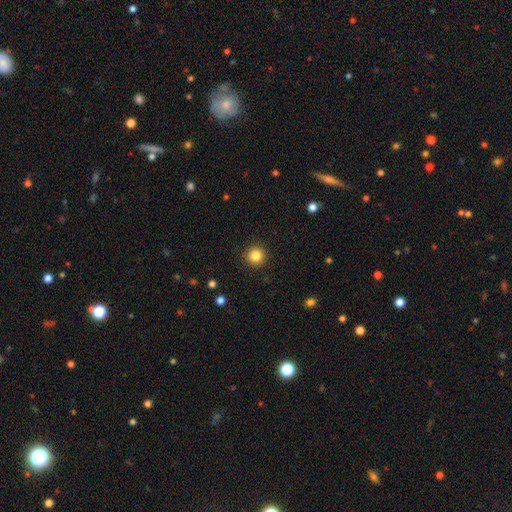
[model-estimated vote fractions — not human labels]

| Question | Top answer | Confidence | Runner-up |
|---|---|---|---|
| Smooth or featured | smooth | 84% | star or artifact (11%) |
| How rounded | round | 95% | in between (4%) |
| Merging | none | 92% | minor disturbance (5%) |